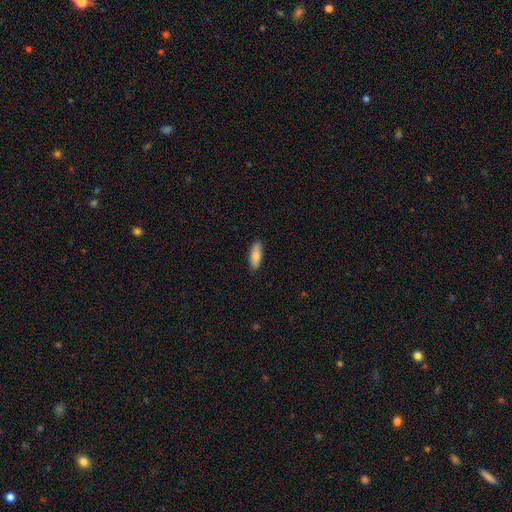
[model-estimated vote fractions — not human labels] Morphology: type=smooth (86%); roundness=in between (70%); merging=none (88%).